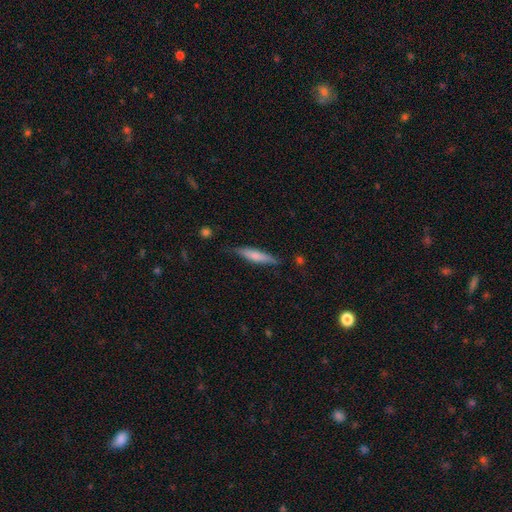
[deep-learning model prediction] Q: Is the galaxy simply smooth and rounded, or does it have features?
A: smooth — 68%.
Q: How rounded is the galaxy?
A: cigar-shaped — 82%.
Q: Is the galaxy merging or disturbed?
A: none — 79%.